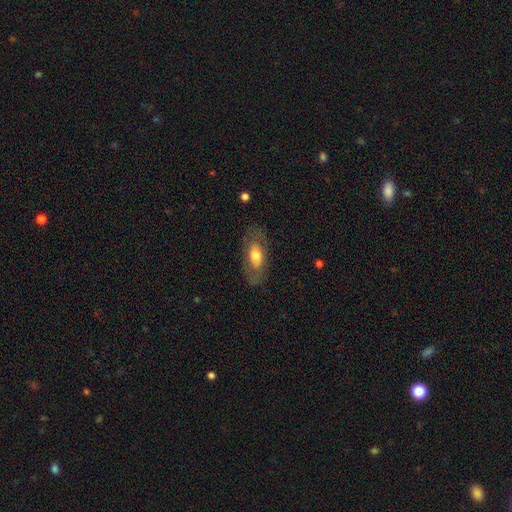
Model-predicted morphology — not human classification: Q: Smooth or featured?
A: smooth (55%); runner-up: featured or disk (38%)
Q: How rounded?
A: in between (87%); runner-up: round (7%)
Q: Merging?
A: none (78%); runner-up: minor disturbance (14%)